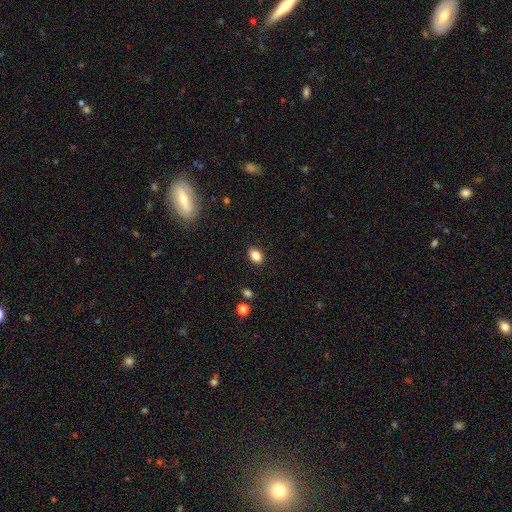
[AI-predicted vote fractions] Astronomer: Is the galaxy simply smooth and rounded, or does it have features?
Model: smooth — 85%.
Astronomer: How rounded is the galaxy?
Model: in between — 80%.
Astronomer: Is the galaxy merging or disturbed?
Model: none — 89%.